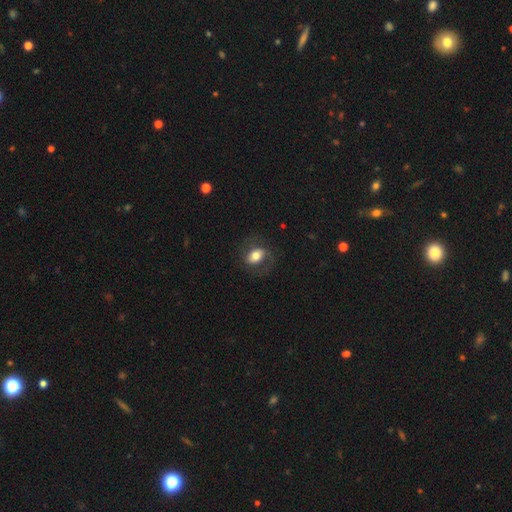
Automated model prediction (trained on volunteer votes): A smooth galaxy with no disk features (55%) that is in between round and cigar-shaped (71%). Merging: none (68%).